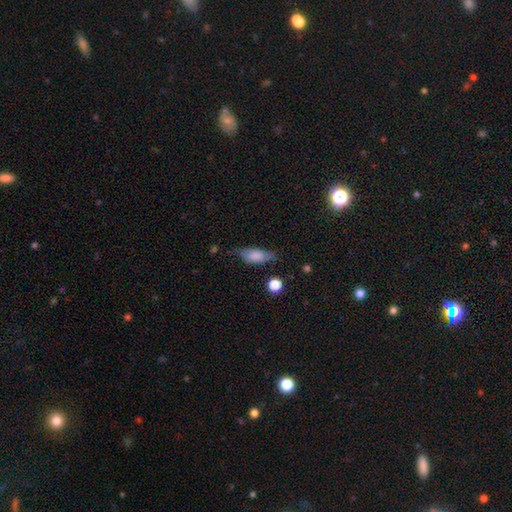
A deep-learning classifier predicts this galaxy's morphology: smooth-or-featured: smooth: 77% | featured or disk: 16% | star or artifact: 7%
  how-rounded: in between: 78% | cigar-shaped: 19% | round: 3%
  merging: none: 60% | minor disturbance: 28% | major disturbance: 8% | merger: 3%